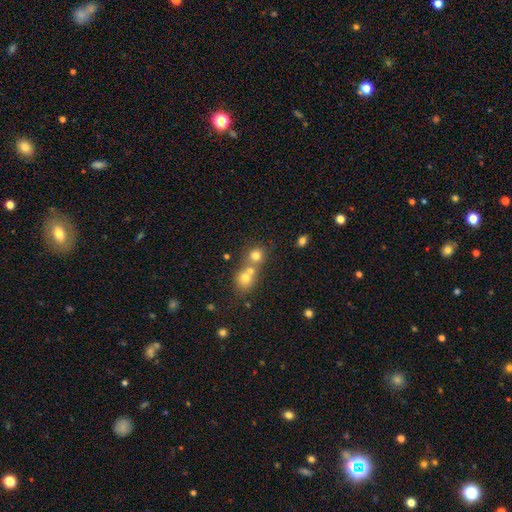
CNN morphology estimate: Smooth or featured? smooth (73%)
How rounded? round (82%)
Merging? merger (49%)